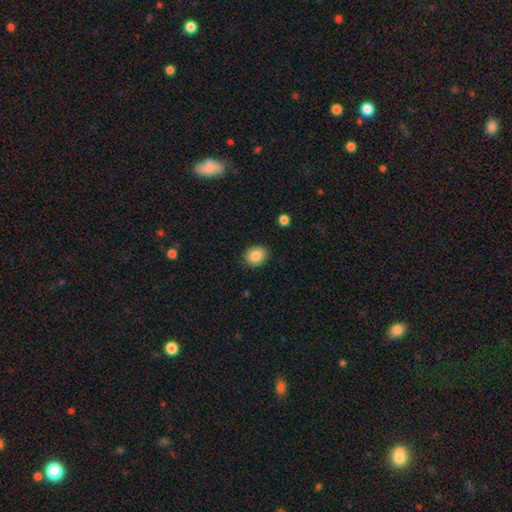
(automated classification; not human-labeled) A smooth galaxy with no disk features (86%) that is round (56%). Merging: none (88%).